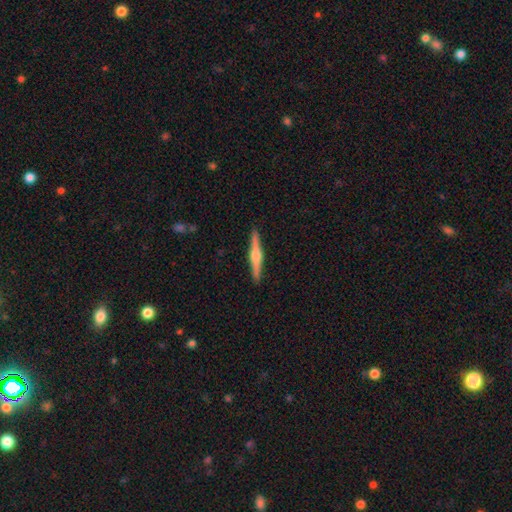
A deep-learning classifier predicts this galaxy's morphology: Overall: featured or disk (71%). Edge-on disk: yes (98%). Edge-on bulge: rounded (90%). Merging: none (92%).